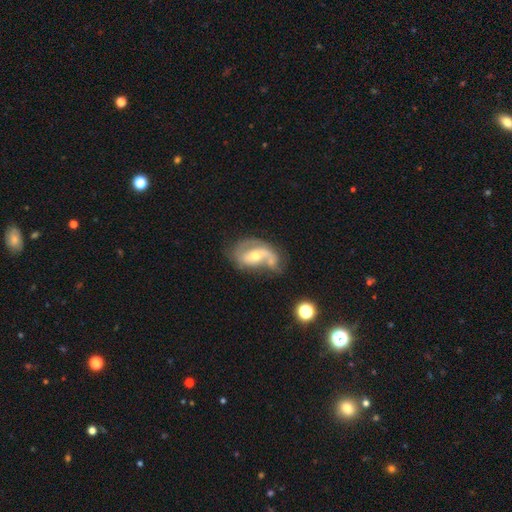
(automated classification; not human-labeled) smooth_or_featured: featured or disk (p=0.75) [alt: smooth p=0.18]
disk_edge_on: no (p=0.96) [alt: yes p=0.04]
bar: no (p=0.41) [alt: weak p=0.39]
has_spiral_arms: yes (p=0.84) [alt: no p=0.16]
spiral_winding: loose (p=0.43) [alt: medium p=0.40]
spiral_arm_count: 2 (p=0.62) [alt: 1 p=0.24]
bulge_size: moderate (p=0.58) [alt: small p=0.36]
merging: none (p=0.31) [alt: merger p=0.25]